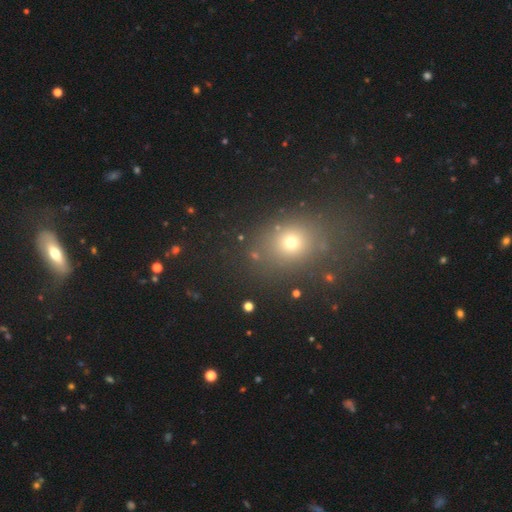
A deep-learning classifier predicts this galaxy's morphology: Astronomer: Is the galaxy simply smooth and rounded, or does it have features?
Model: smooth — 63%.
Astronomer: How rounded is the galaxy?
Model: round — 60% (runner-up: in between, 38%).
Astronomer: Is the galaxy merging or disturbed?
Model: none — 79%.